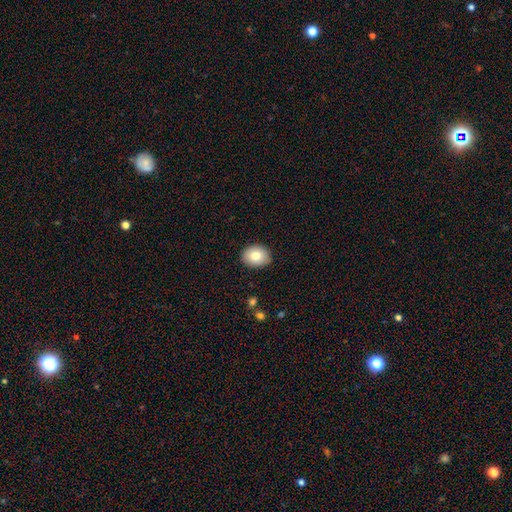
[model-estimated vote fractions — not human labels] This appears to be a smooth galaxy with no disk features (78%) that is in between round and cigar-shaped (55%). Merging: none (88%).